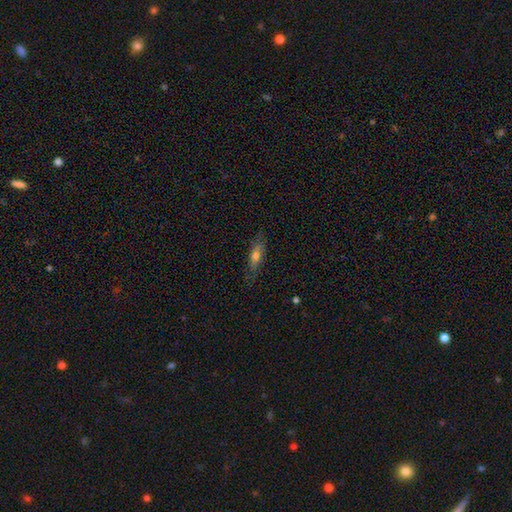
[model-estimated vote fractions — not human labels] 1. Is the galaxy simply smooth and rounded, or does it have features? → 58% smooth, 35% featured or disk, 8% star or artifact.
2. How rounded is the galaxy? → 54% cigar-shaped, 43% in between, 3% round.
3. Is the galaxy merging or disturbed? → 76% none, 18% minor disturbance, 5% major disturbance, 1% merger.